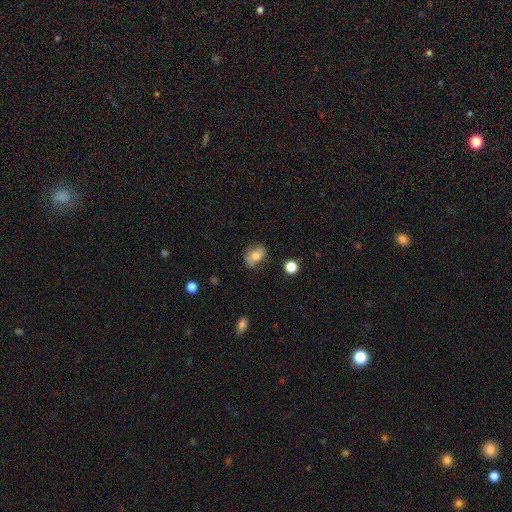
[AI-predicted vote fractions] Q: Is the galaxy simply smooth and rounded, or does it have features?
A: smooth — 69%.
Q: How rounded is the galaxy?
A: in between — 66%.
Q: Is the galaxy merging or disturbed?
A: none — 58%.